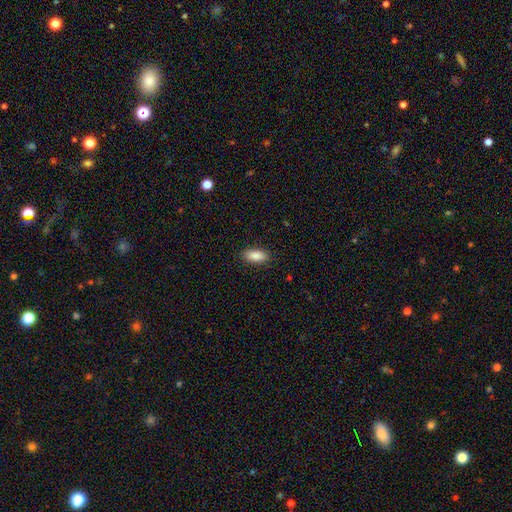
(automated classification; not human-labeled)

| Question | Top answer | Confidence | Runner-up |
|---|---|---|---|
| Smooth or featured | smooth | 88% | star or artifact (7%) |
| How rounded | in between | 87% | cigar-shaped (11%) |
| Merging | none | 89% | minor disturbance (8%) |